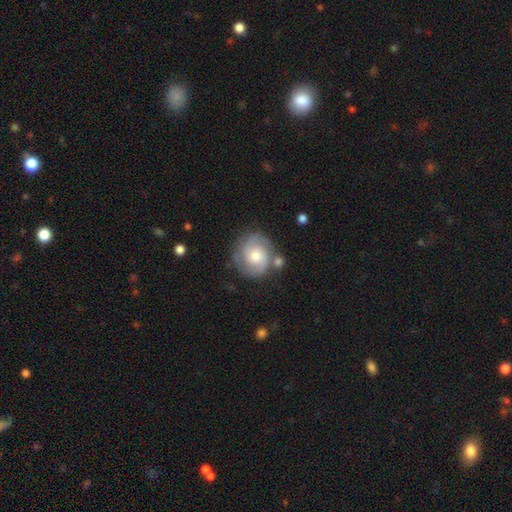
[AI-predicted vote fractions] This is likely a featured or disk galaxy (73%). It is clearly not viewed edge-on (98%). Bar: likely no (69%). Spiral arm pattern: clearly yes (92%). Spiral arm count: likely 2 (71%). Spiral winding: possibly tight (53%). Central bulge: likely moderate (64%). Merging: likely none (71%).